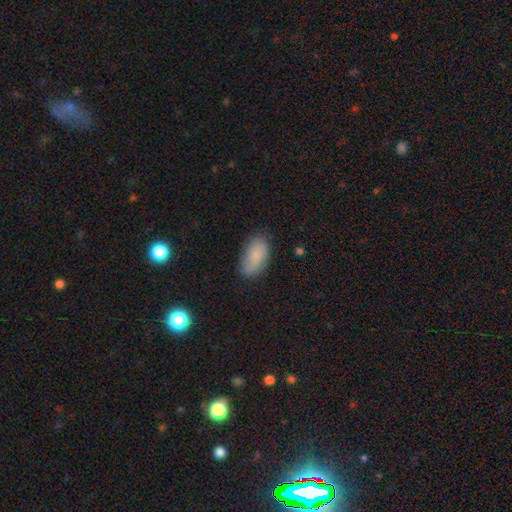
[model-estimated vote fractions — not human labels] A smooth galaxy with no disk features (80%) that is in between round and cigar-shaped (93%). Merging: none (75%).